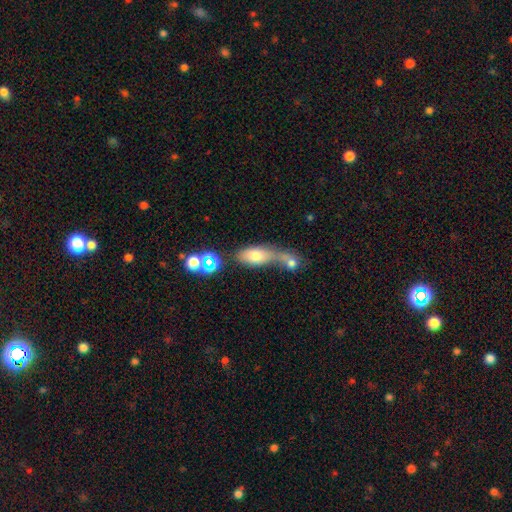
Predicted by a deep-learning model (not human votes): A smooth galaxy with no disk features (67%) that is in between round and cigar-shaped (77%).

Vote fractions:
- Smooth or featured? smooth: 67% / featured or disk: 20% / star or artifact: 12%
- How rounded? in between: 77% / cigar-shaped: 12% / round: 10%
- Merging? merger: 51% / none: 26% / major disturbance: 11% / minor disturbance: 11%